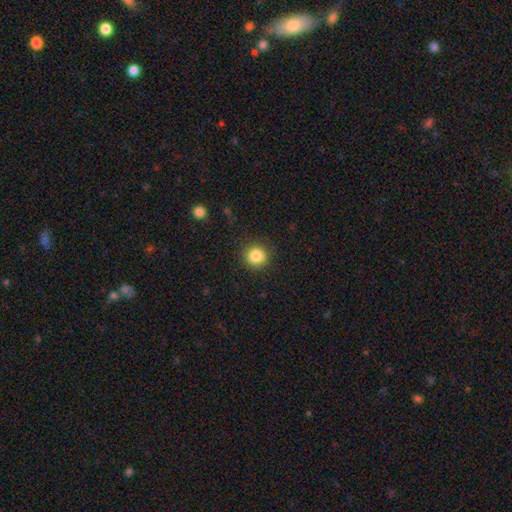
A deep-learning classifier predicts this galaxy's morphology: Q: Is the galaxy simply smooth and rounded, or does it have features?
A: smooth — 84%.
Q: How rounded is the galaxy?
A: round — 90%.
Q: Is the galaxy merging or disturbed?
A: none — 89%.